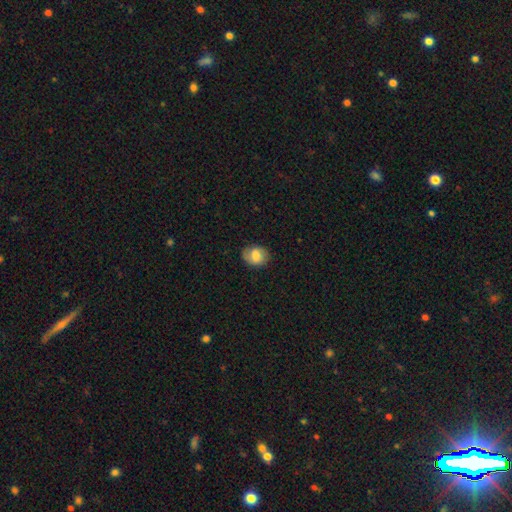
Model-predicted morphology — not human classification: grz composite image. It shows a smooth galaxy with no disk features (66%) that is in between round and cigar-shaped (50%). Merging: none (74%).